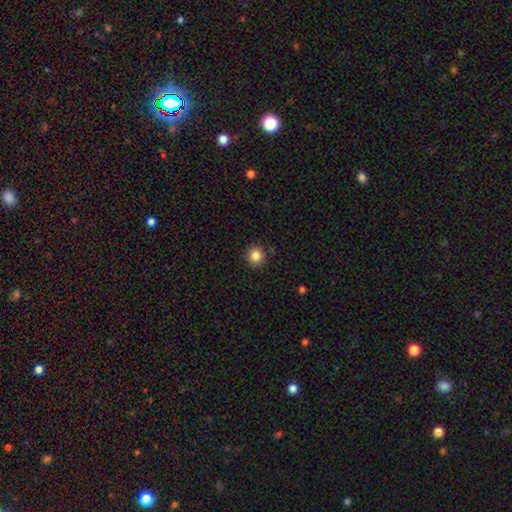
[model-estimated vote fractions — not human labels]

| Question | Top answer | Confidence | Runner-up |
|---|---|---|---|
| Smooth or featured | smooth | 85% | star or artifact (10%) |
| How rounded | round | 92% | in between (7%) |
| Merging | none | 88% | minor disturbance (8%) |